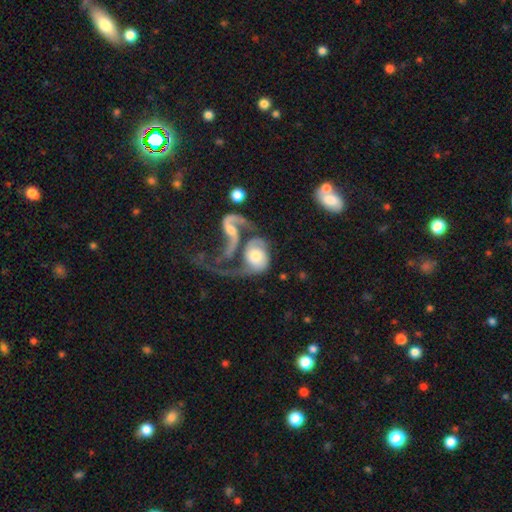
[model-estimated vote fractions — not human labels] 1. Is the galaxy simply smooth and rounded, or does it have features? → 65% featured or disk, 29% smooth, 7% star or artifact.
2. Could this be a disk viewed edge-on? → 96% no, 4% yes.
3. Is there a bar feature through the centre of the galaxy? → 68% no, 24% weak, 8% strong.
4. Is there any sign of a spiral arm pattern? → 81% yes, 19% no.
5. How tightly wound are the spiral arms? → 59% loose, 27% medium, 14% tight.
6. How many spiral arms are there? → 56% 2, 28% 1, 11% can't tell, 2% 3, 1% 4, 1% more than 4.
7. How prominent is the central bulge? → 51% moderate, 28% small, 14% large, 5% none, 3% dominant.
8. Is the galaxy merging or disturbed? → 64% merger, 19% major disturbance, 11% none, 6% minor disturbance.